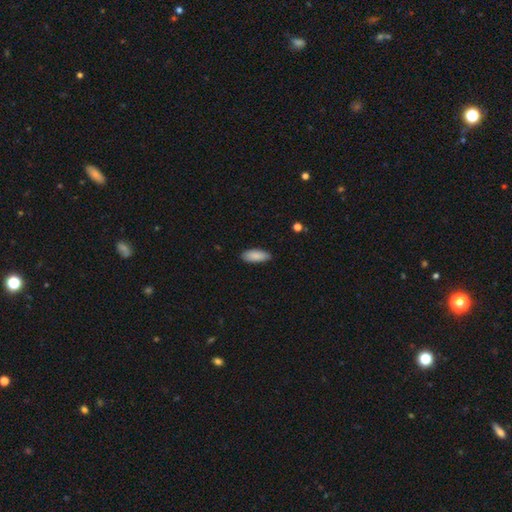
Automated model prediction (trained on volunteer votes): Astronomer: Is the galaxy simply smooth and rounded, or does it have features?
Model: smooth — 89%.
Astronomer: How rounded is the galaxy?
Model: in between — 79%.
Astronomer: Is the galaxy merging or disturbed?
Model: none — 87%.